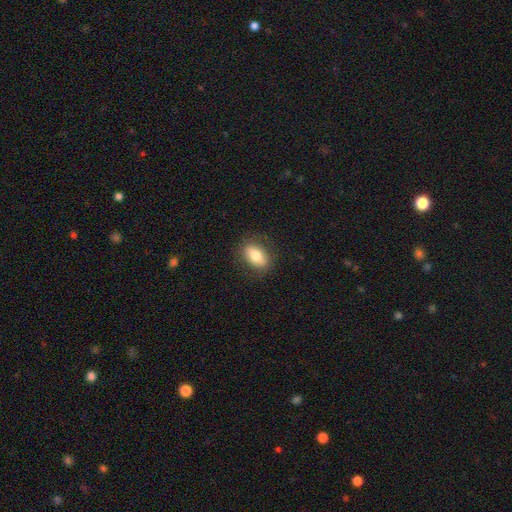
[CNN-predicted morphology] Overall: smooth (76%). How rounded: in between (85%). Merging: none (84%).